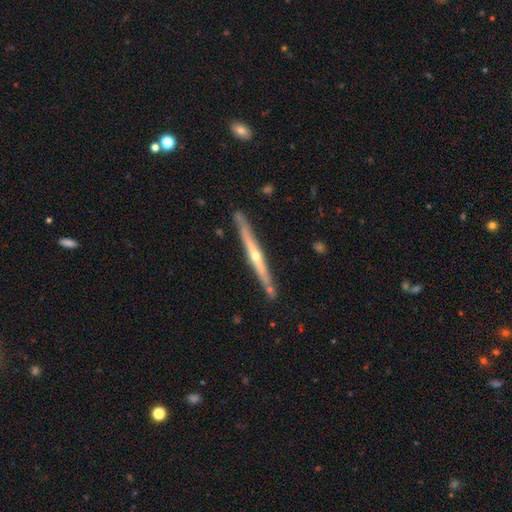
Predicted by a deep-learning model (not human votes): Smooth or featured: featured or disk — 78% (smooth — 17%)
Edge-on disk: yes — 97% (no — 3%)
Edge-on bulge: rounded — 80% (none — 17%)
Merging: none — 85% (minor disturbance — 10%)